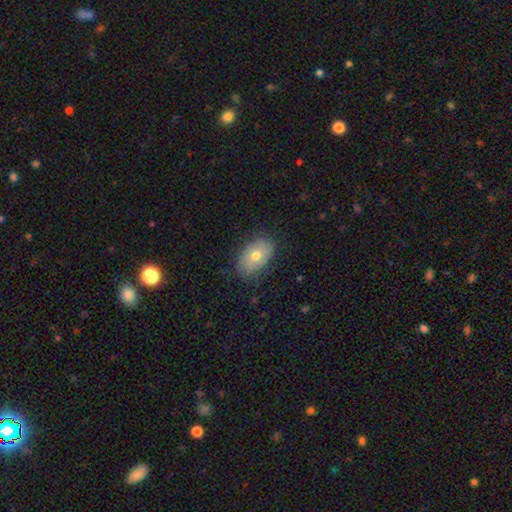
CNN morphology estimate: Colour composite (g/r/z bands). It shows a smooth galaxy with no disk features (64%) that is in between round and cigar-shaped (88%). Merging: none (77%).